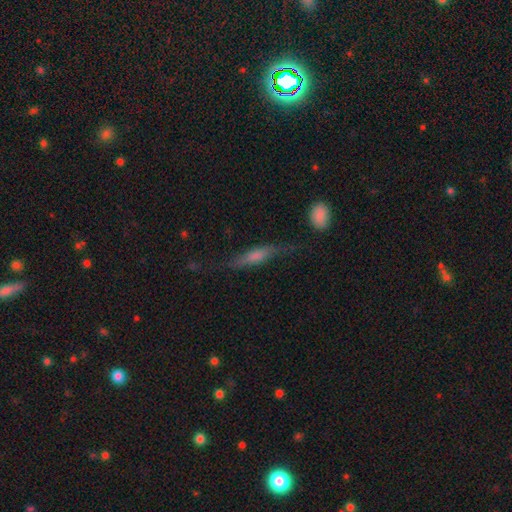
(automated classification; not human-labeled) This appears to be a featured or disk galaxy (51%) viewed edge-on (86%). Merging: none (66%).